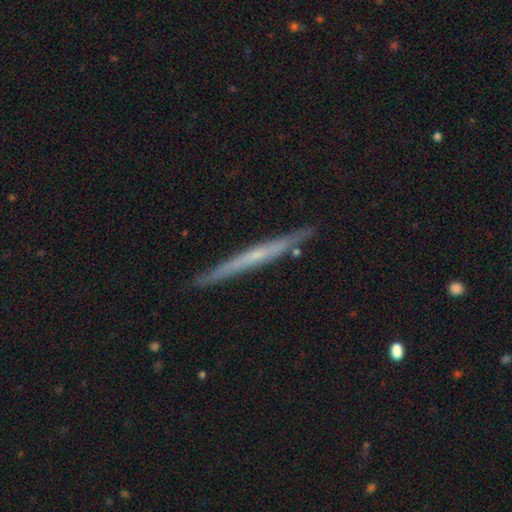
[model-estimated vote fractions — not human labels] Smooth or featured? featured or disk (62%)
Edge-on disk? yes (97%)
Edge-on bulge? none (75%)
Merging? none (88%)